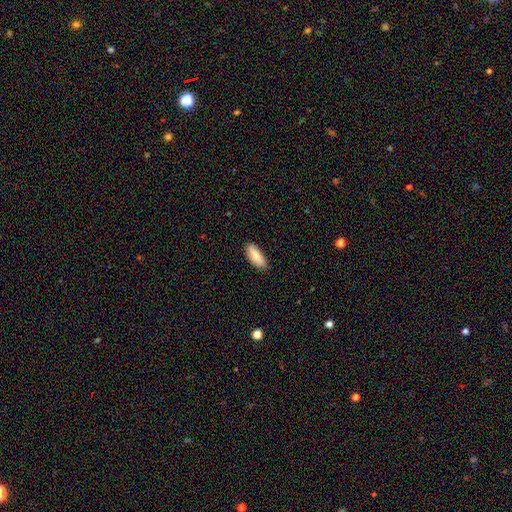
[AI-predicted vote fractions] smooth-or-featured: smooth: 80% | featured or disk: 14% | star or artifact: 6%
  how-rounded: in between: 72% | cigar-shaped: 27% | round: 2%
  merging: none: 87% | minor disturbance: 10% | major disturbance: 2% | merger: 1%